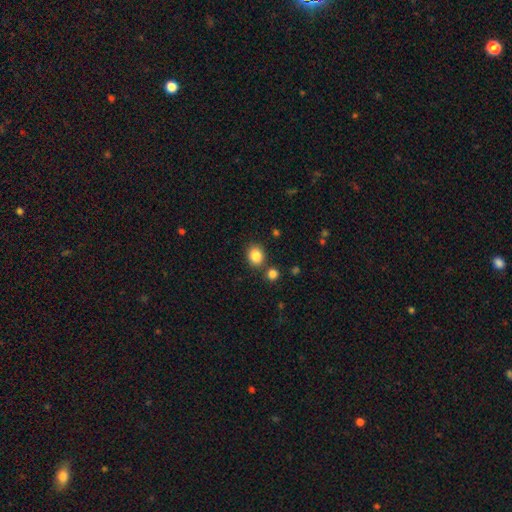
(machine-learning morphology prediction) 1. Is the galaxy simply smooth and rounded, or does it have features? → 86% smooth, 9% star or artifact, 5% featured or disk.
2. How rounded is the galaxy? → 58% round, 41% in between, 1% cigar-shaped.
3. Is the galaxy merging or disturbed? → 78% none, 9% minor disturbance, 9% merger, 3% major disturbance.